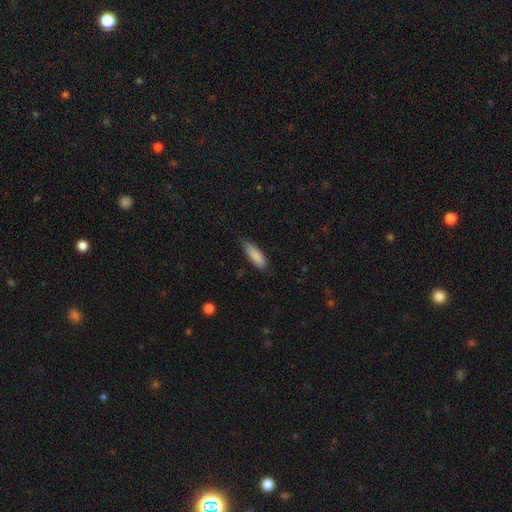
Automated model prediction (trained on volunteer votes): Overall: smooth (87%). How rounded: in between (54%; cigar-shaped 44%). Merging: none (69%).